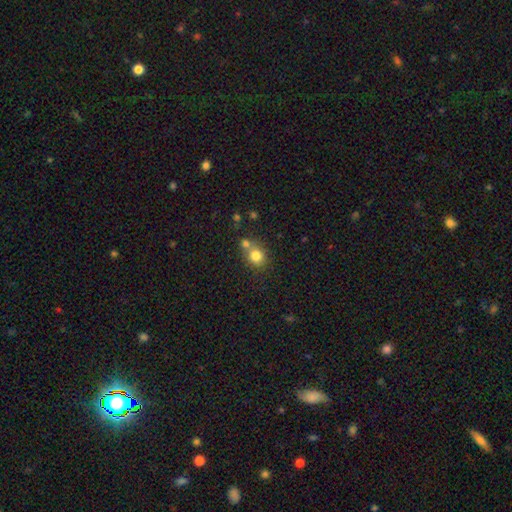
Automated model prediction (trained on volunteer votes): A smooth galaxy with no disk features (80%) that is round (78%).

Vote fractions:
- Smooth or featured? smooth: 80% / star or artifact: 11% / featured or disk: 9%
- How rounded? round: 78% / in between: 21% / cigar-shaped: 1%
- Merging? none: 50% / merger: 37% / minor disturbance: 9% / major disturbance: 3%